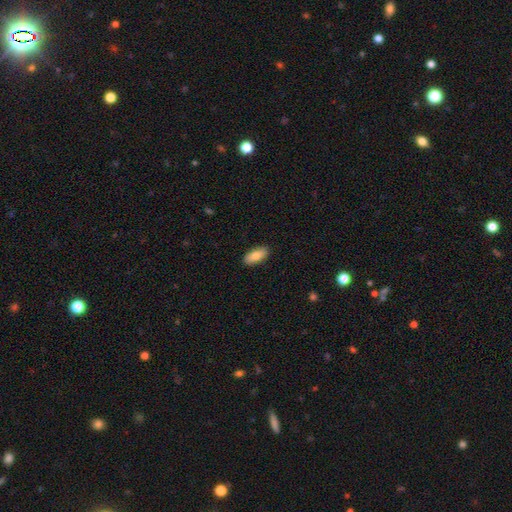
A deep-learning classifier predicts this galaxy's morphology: smooth 79%, featured or disk 15%, star or artifact 6%. Down the decision tree: how rounded — in between (87%); merging — none (90%).